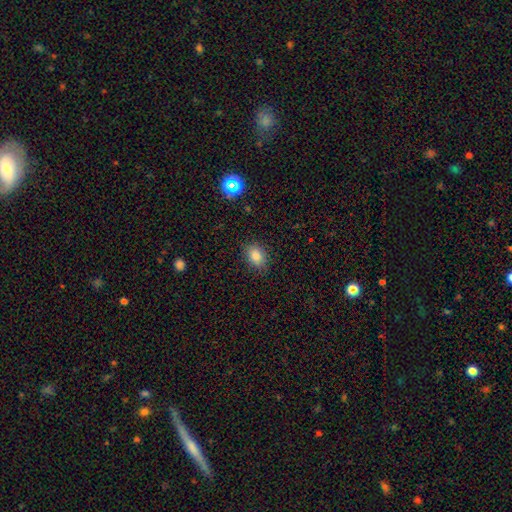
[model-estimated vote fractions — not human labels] smooth 84%, star or artifact 11%, featured or disk 5%. Down the decision tree: how rounded — in between (71%); merging — none (83%).